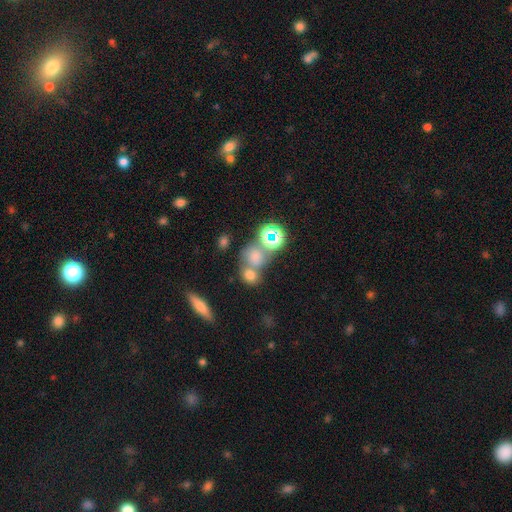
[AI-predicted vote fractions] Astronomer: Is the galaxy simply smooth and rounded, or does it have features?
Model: smooth — 62%.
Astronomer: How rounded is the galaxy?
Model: round — 67%.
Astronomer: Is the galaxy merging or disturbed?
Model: merger — 47% (runner-up: none, 39%).